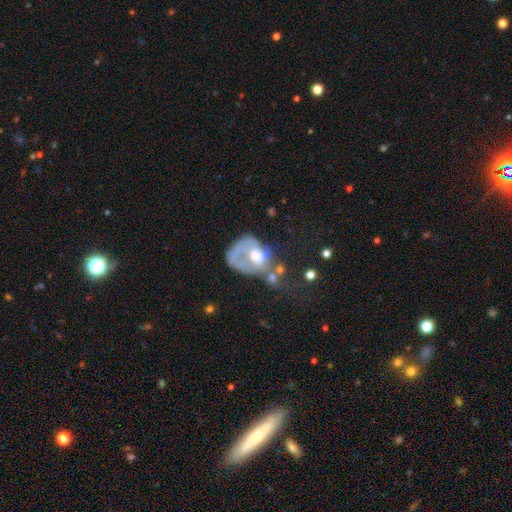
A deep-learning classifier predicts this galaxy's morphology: Smooth or featured? Predicted: featured or disk (p=0.54). Edge-on disk? Predicted: no (p=0.96). Bar? Predicted: no (p=0.81). Spiral arms? Predicted: no (p=0.70). Bulge size? Predicted: moderate (p=0.58). Merging? Predicted: major disturbance (p=0.45).